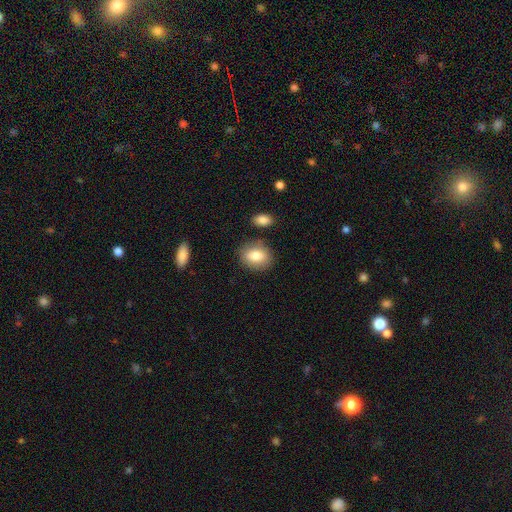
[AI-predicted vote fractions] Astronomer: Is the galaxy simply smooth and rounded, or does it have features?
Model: smooth — 82%.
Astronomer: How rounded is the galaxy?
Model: in between — 60% (runner-up: round, 38%).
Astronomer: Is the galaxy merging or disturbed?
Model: none — 82%.